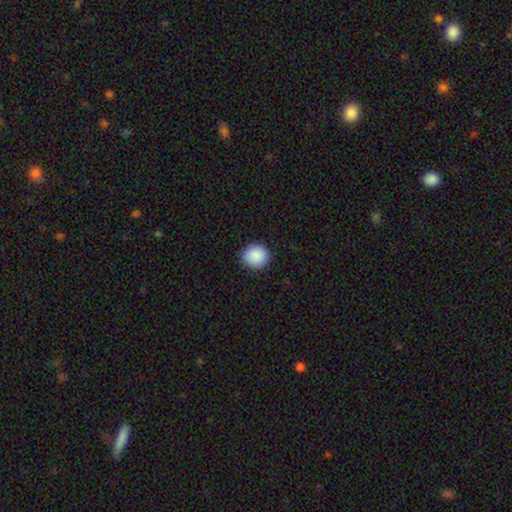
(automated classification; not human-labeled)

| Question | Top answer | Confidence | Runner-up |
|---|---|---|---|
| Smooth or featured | smooth | 90% | star or artifact (8%) |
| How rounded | round | 89% | in between (10%) |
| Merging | none | 91% | minor disturbance (6%) |